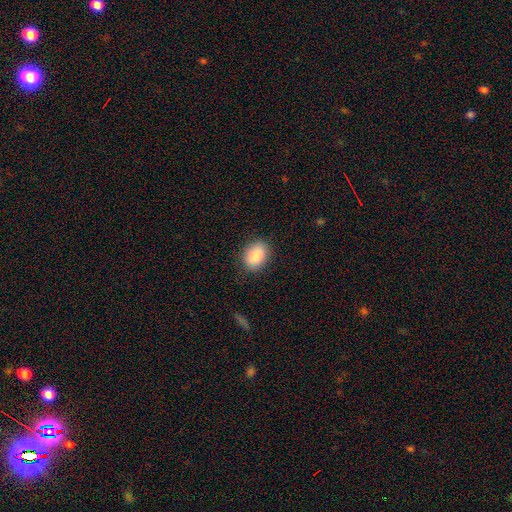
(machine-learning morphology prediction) type=smooth (89%); roundness=in between (75%); merging=none (86%).